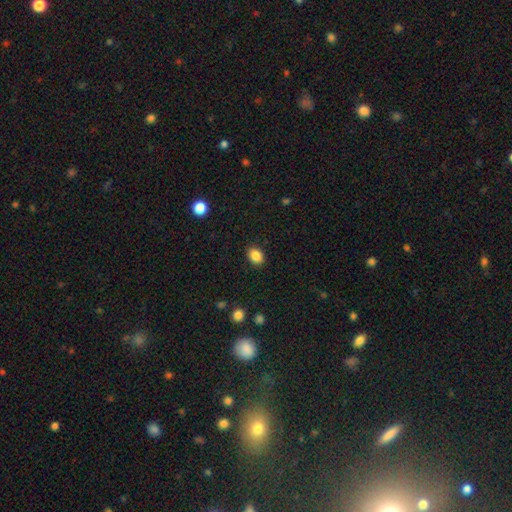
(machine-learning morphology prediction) Overall: smooth (87%). How rounded: in between (66%; round 33%). Merging: none (89%).